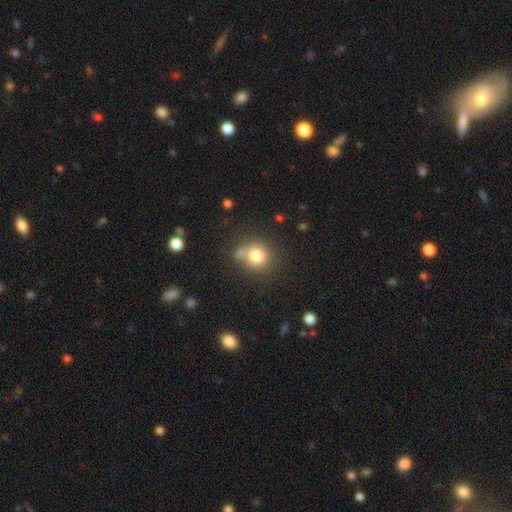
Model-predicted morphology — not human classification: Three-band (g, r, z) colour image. It shows a smooth galaxy with no disk features (79%) that is round (82%). Merging: none (62%).